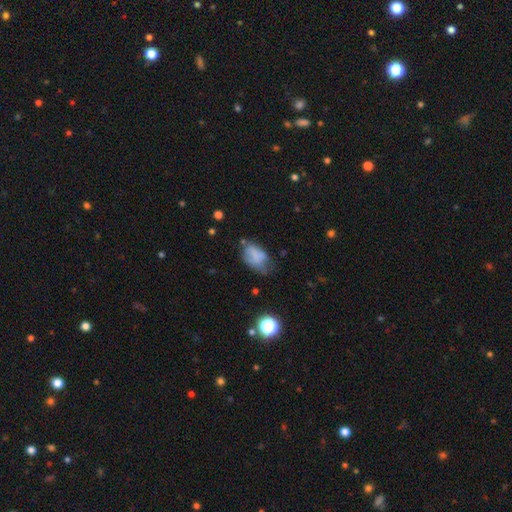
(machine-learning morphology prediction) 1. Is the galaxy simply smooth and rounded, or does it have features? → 68% smooth, 20% featured or disk, 11% star or artifact.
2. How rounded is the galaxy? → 86% in between, 12% round, 2% cigar-shaped.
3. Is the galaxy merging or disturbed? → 37% minor disturbance, 33% none, 25% major disturbance, 5% merger.